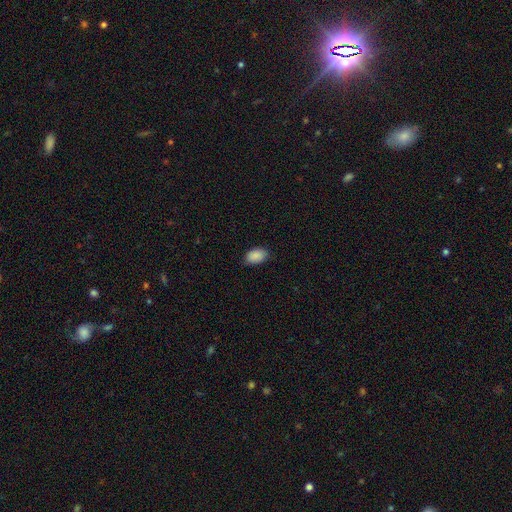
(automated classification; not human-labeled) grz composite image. It shows a smooth galaxy with no disk features (90%) that is in between round and cigar-shaped (91%). Merging: none (85%).